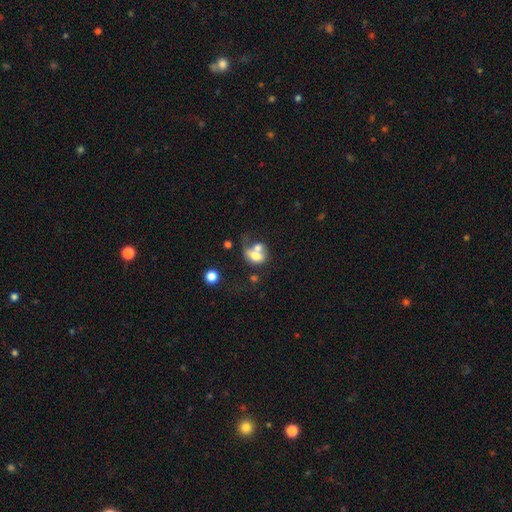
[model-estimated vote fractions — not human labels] A smooth galaxy with no disk features (63%) that is in between round and cigar-shaped (66%).

Vote fractions:
- Smooth or featured? smooth: 63% / featured or disk: 28% / star or artifact: 10%
- How rounded? in between: 66% / round: 32% / cigar-shaped: 2%
- Merging? merger: 62% / none: 17% / major disturbance: 12% / minor disturbance: 9%